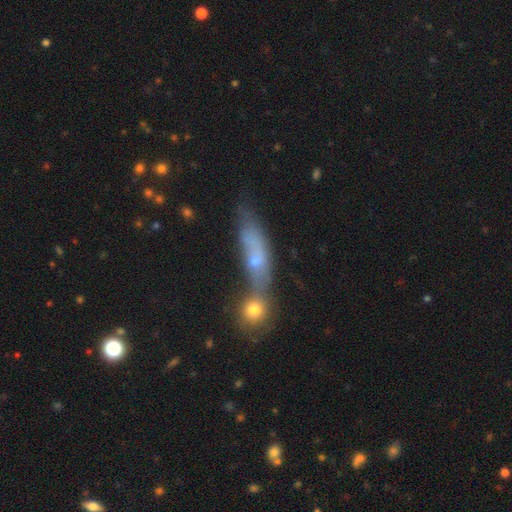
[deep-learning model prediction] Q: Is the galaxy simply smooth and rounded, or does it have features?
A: smooth — 55%.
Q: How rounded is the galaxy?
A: in between — 45%, tied with cigar-shaped.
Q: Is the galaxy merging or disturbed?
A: merger — 53%.